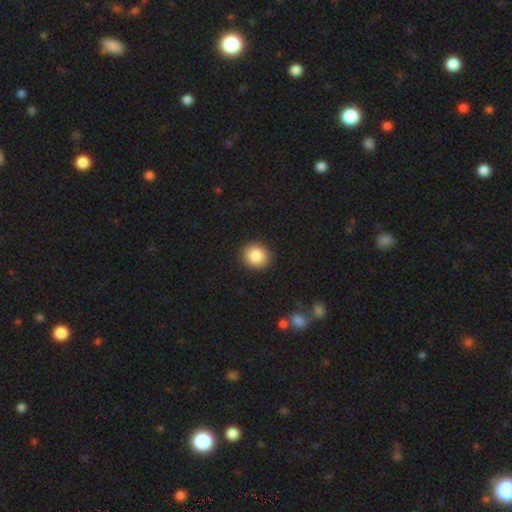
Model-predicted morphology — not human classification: A smooth galaxy with no disk features (86%) that is round (84%).

Vote fractions:
- Smooth or featured? smooth: 86% / star or artifact: 8% / featured or disk: 6%
- How rounded? round: 84% / in between: 15% / cigar-shaped: 1%
- Merging? none: 92% / minor disturbance: 6% / major disturbance: 2% / merger: 1%